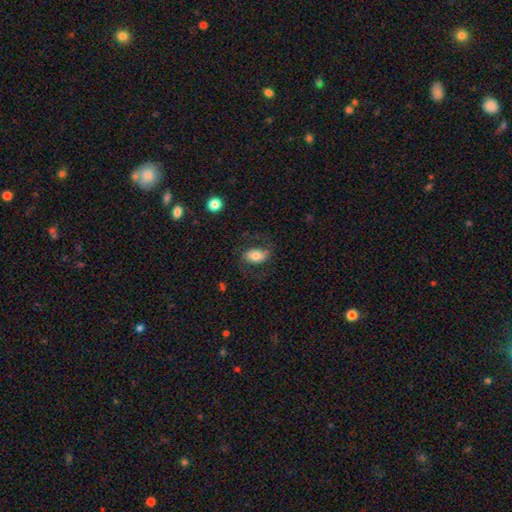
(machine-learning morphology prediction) Overall: smooth (58%; featured or disk 34%). How rounded: in between (86%). Merging: none (64%).